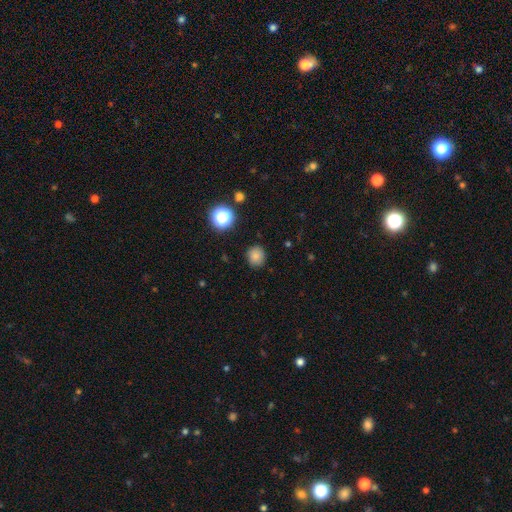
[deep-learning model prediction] A smooth galaxy with no disk features (81%) that is round (82%).

Vote fractions:
- Smooth or featured? smooth: 81% / star or artifact: 14% / featured or disk: 5%
- How rounded? round: 82% / in between: 17% / cigar-shaped: 1%
- Merging? none: 85% / minor disturbance: 11% / major disturbance: 3% / merger: 1%